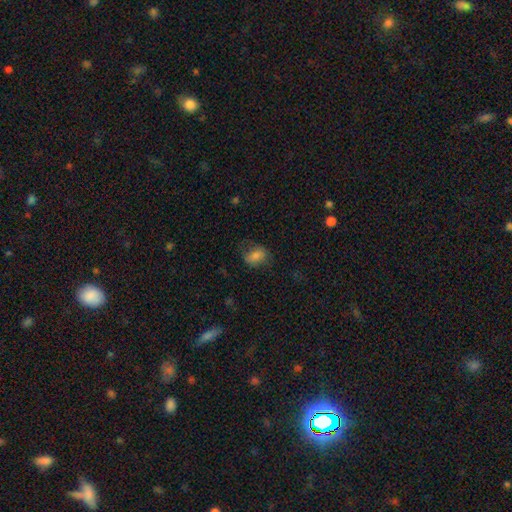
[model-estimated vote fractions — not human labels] smooth_or_featured: smooth (p=0.76) [alt: featured or disk p=0.12]
how_rounded: in between (p=0.66) [alt: round p=0.33]
merging: none (p=0.66) [alt: minor disturbance p=0.22]